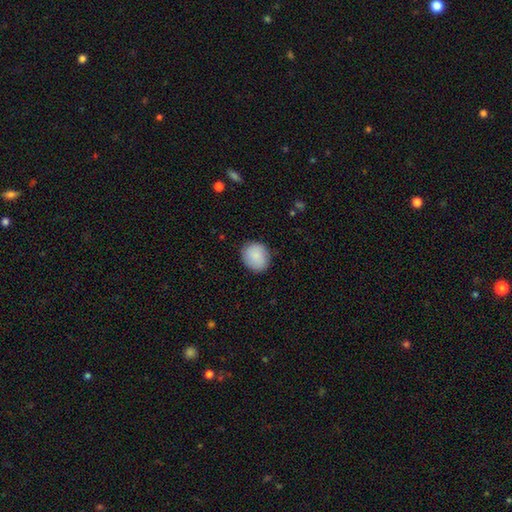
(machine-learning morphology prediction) Smooth or featured? smooth (88%)
How rounded? round (76%)
Merging? none (86%)